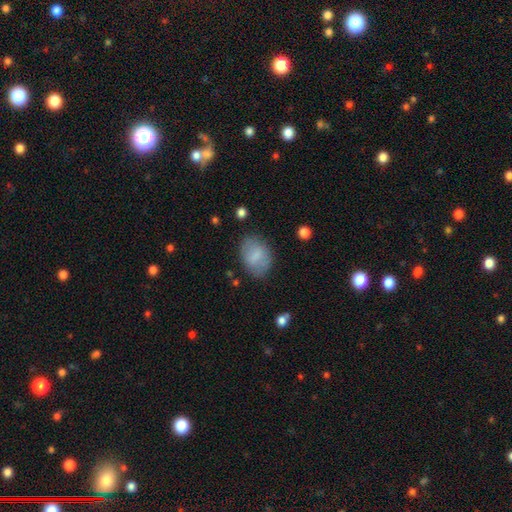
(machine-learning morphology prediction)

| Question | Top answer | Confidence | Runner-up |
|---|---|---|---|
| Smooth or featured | smooth | 74% | featured or disk (19%) |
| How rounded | in between | 80% | round (19%) |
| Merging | none | 76% | minor disturbance (17%) |